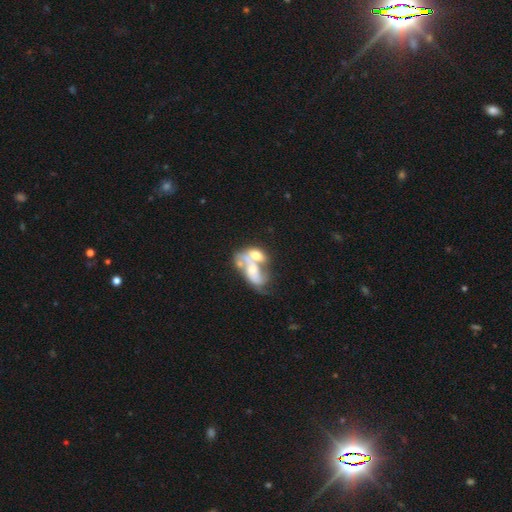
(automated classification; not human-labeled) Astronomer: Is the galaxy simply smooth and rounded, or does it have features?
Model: featured or disk — 53% (runner-up: smooth, 37%).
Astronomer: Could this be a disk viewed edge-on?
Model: no — 95%.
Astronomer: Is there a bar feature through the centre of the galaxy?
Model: no — 80%.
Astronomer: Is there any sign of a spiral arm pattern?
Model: no — 72%.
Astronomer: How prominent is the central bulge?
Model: moderate — 41% (runner-up: small, 24%).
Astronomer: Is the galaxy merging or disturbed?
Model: merger — 70%.